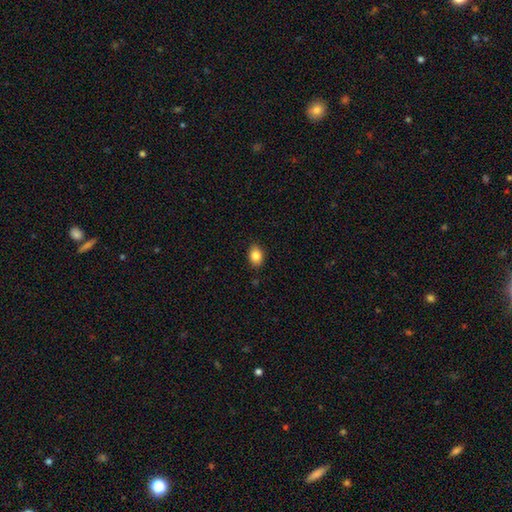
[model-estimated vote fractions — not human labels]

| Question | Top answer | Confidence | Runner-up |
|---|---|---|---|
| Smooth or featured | smooth | 85% | star or artifact (9%) |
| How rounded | in between | 75% | round (24%) |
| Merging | none | 87% | minor disturbance (9%) |